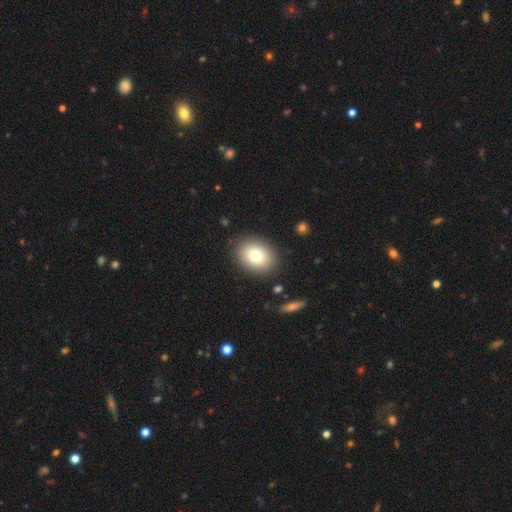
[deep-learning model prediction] Smooth or featured? Predicted: smooth (p=0.79). How rounded? Predicted: in between (p=0.66). Merging? Predicted: none (p=0.87).